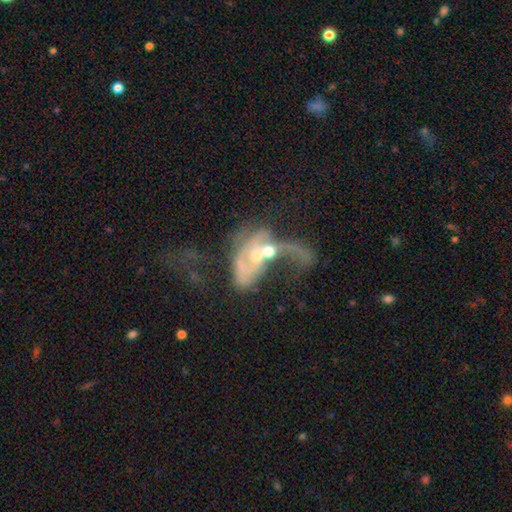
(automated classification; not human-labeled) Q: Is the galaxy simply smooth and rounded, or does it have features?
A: featured or disk — 72%.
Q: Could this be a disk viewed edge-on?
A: no — 95%.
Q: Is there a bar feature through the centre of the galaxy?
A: no — 70%.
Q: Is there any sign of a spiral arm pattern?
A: yes — 64%.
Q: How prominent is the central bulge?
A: moderate — 52%.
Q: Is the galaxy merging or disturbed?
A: merger — 62%.